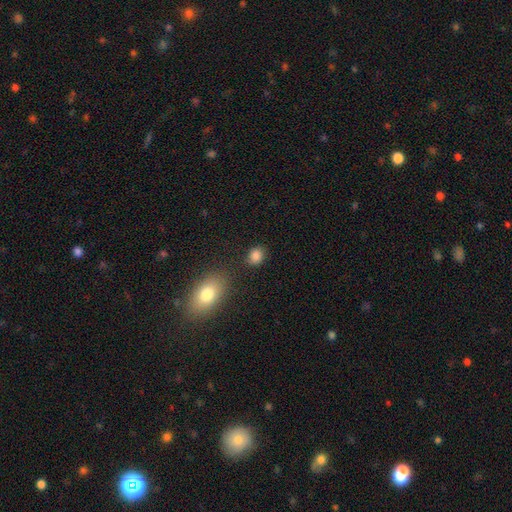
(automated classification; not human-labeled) Smooth or featured? Predicted: smooth (p=0.85). How rounded? Predicted: round (p=0.57). Merging? Predicted: none (p=0.79).